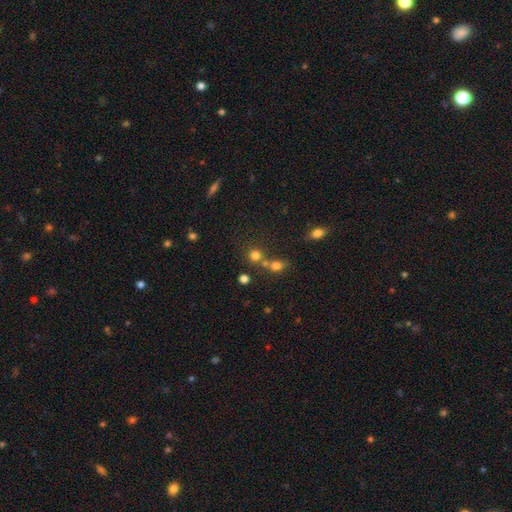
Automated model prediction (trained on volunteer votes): Smooth or featured? smooth (75%)
How rounded? round (86%)
Merging? none (58%)